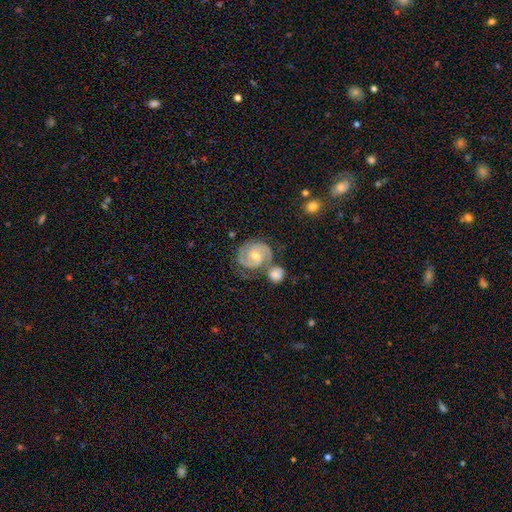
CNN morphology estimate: Smooth or featured?
  - featured or disk: 87% *
  - smooth: 7%
  - star or artifact: 6%
Edge-on disk?
  - no: 98% *
  - yes: 2%
Bar?
  - no: 62% *
  - weak: 29%
  - strong: 9%
Spiral arms?
  - yes: 97% *
  - no: 3%
Spiral winding?
  - tight: 64% *
  - medium: 31%
  - loose: 4%
Spiral arm count?
  - 2: 88% *
  - 3: 4%
  - can't tell: 4%
  - 1: 2%
  - 4: 1%
  - more than 4: 1%
Bulge size?
  - moderate: 61% *
  - small: 34%
  - large: 2%
  - none: 1%
  - dominant: 1%
Merging?
  - none: 64% *
  - merger: 17%
  - minor disturbance: 14%
  - major disturbance: 5%